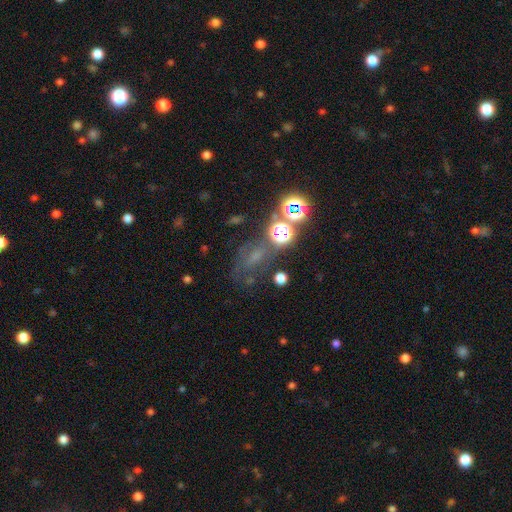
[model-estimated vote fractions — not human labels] Smooth or featured: star or artifact — 41% (smooth — 35%)